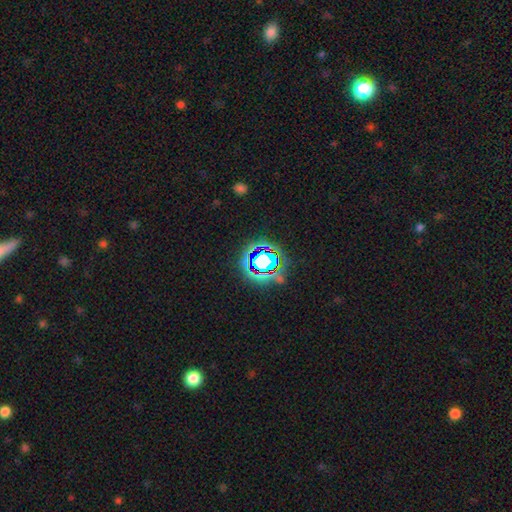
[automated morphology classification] smooth-or-featured: star or artifact: 69% | smooth: 18% | featured or disk: 12%